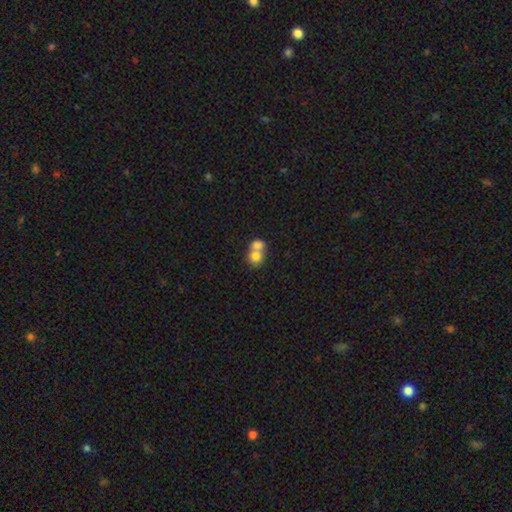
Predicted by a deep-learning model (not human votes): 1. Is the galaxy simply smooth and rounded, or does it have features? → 77% smooth, 15% featured or disk, 9% star or artifact.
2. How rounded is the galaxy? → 72% round, 27% in between, 1% cigar-shaped.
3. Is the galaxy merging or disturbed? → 69% merger, 24% none, 5% minor disturbance, 2% major disturbance.